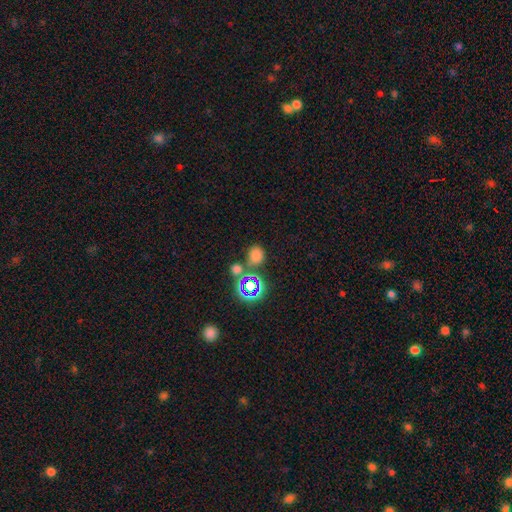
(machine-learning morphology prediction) Q: Smooth or featured?
A: smooth (68%); runner-up: star or artifact (25%)
Q: How rounded?
A: round (64%); runner-up: in between (35%)
Q: Merging?
A: none (60%); runner-up: merger (23%)